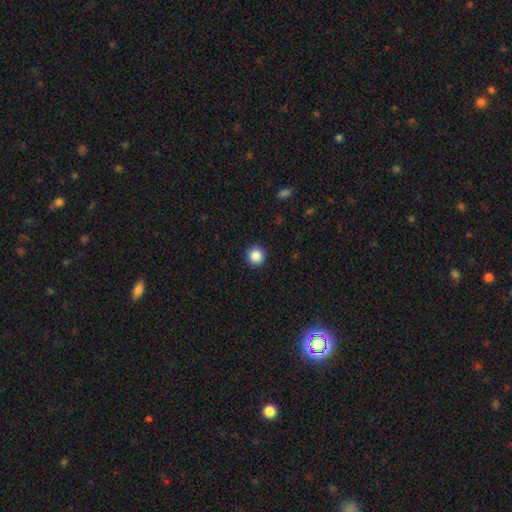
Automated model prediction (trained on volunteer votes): Morphology: type=smooth (87%); roundness=round (95%); merging=none (93%).